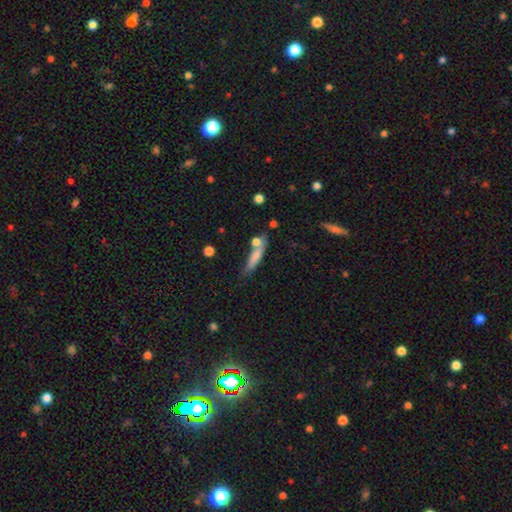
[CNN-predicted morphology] Smooth or featured? Predicted: smooth (p=0.73). How rounded? Predicted: cigar-shaped (p=0.77). Merging? Predicted: none (p=0.57).